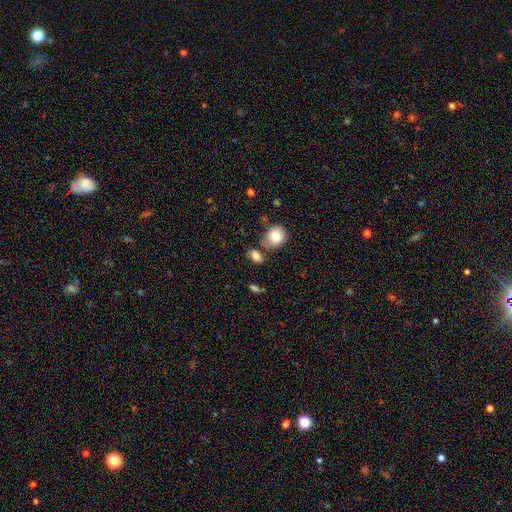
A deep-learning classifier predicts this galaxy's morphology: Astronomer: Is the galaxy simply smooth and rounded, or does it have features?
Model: smooth — 82%.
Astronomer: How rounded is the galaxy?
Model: in between — 74%.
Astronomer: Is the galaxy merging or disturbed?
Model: none — 62%.